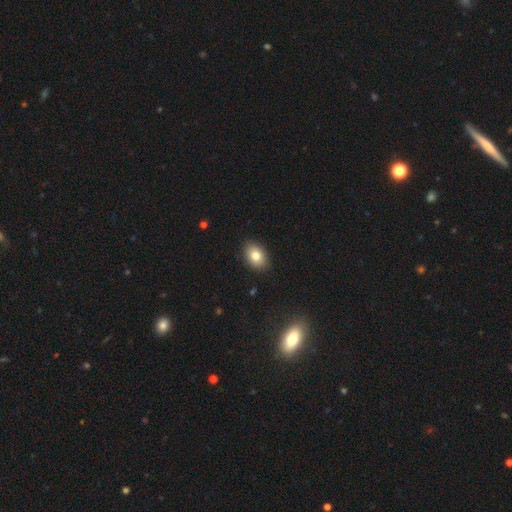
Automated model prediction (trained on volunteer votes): Smooth or featured? Predicted: smooth (p=0.82). How rounded? Predicted: in between (p=0.77). Merging? Predicted: none (p=0.89).